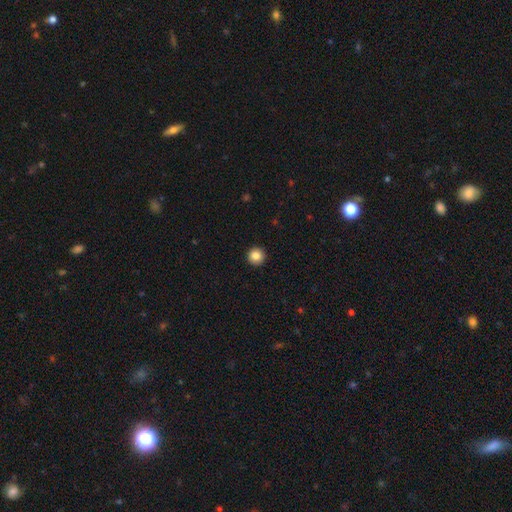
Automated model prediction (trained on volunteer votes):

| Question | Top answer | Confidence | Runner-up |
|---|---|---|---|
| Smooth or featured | smooth | 85% | star or artifact (10%) |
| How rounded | round | 96% | in between (3%) |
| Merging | none | 93% | minor disturbance (4%) |